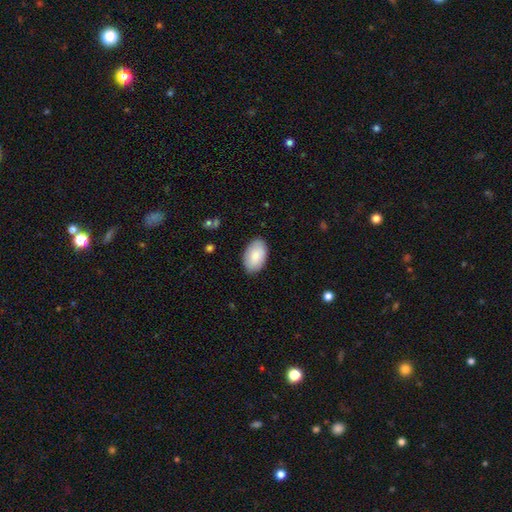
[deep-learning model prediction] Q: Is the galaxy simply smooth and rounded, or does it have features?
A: smooth — 87%.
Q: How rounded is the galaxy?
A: in between — 94%.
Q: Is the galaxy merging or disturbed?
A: none — 86%.